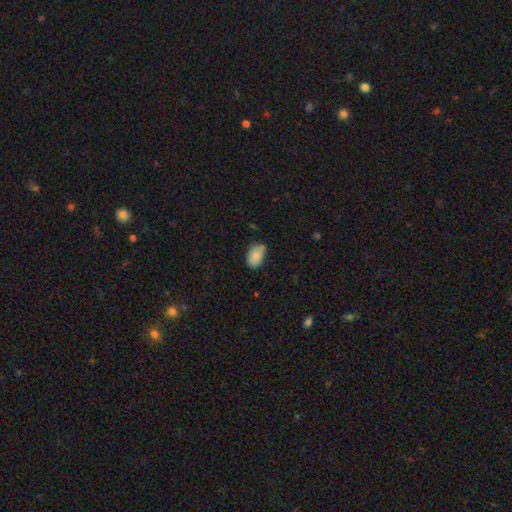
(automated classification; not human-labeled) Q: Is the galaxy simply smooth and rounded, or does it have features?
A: smooth — 85%.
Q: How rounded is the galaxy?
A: in between — 88%.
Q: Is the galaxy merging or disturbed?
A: none — 63%.